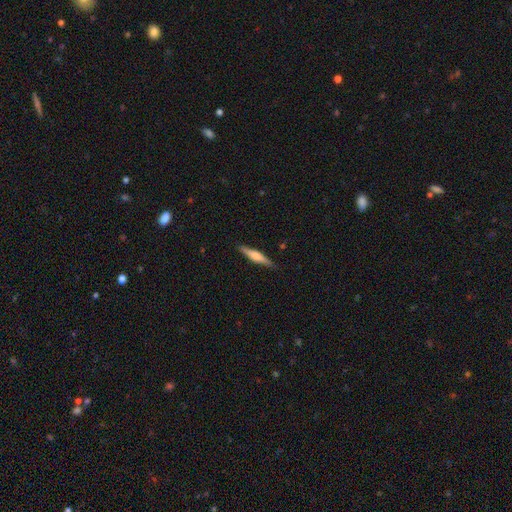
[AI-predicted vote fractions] Smooth or featured: smooth — 51% (featured or disk — 43%)
How rounded: cigar-shaped — 88% (in between — 11%)
Merging: none — 87% (minor disturbance — 10%)